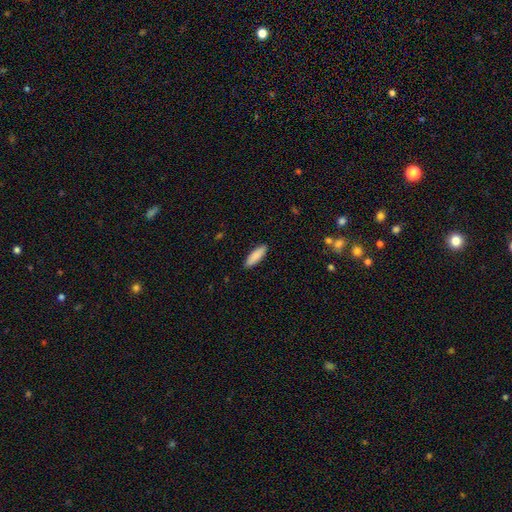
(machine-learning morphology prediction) Smooth or featured: smooth — 88% (featured or disk — 7%)
How rounded: cigar-shaped — 57% (in between — 42%)
Merging: none — 90% (minor disturbance — 7%)